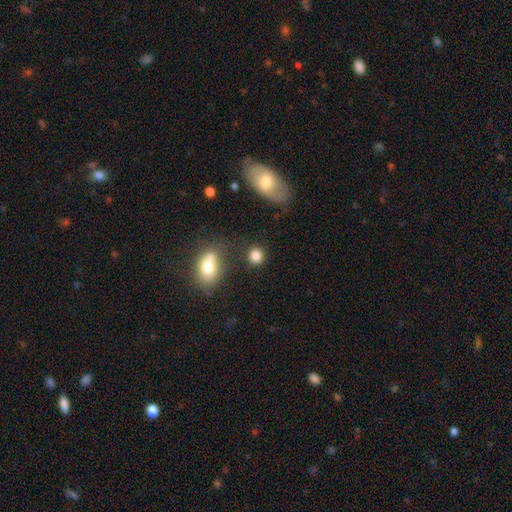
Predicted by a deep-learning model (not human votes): This appears to be a smooth galaxy with no disk features (84%) that is round (83%). Merging: none (79%).